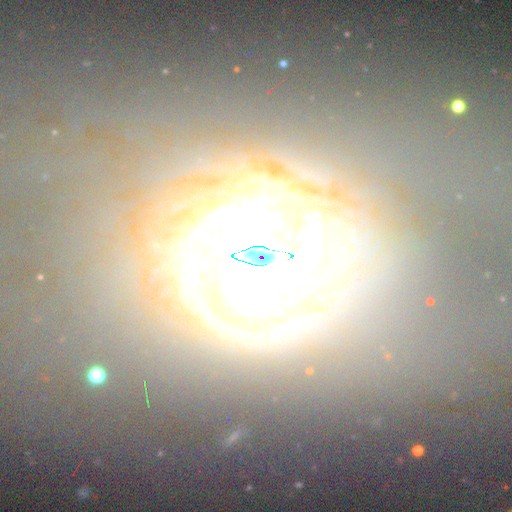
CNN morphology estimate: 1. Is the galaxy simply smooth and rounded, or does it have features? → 72% featured or disk, 14% smooth, 13% star or artifact.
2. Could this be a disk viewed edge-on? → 90% no, 10% yes.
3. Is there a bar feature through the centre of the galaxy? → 54% no, 24% weak, 23% strong.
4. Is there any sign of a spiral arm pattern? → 71% yes, 29% no.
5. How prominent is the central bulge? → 39% moderate, 38% large, 10% dominant, 10% small, 3% none.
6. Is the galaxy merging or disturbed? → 71% none, 15% minor disturbance, 10% major disturbance, 4% merger.